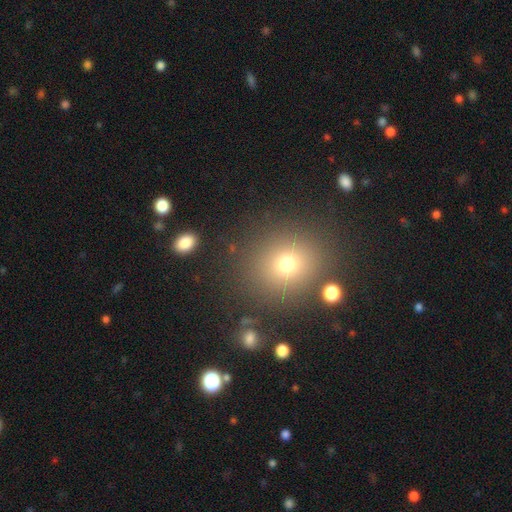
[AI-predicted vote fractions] Smooth or featured?
  - smooth: 58% *
  - star or artifact: 34%
  - featured or disk: 8%
How rounded?
  - round: 82% *
  - in between: 16%
  - cigar-shaped: 1%
Merging?
  - none: 88% *
  - minor disturbance: 6%
  - merger: 3%
  - major disturbance: 3%